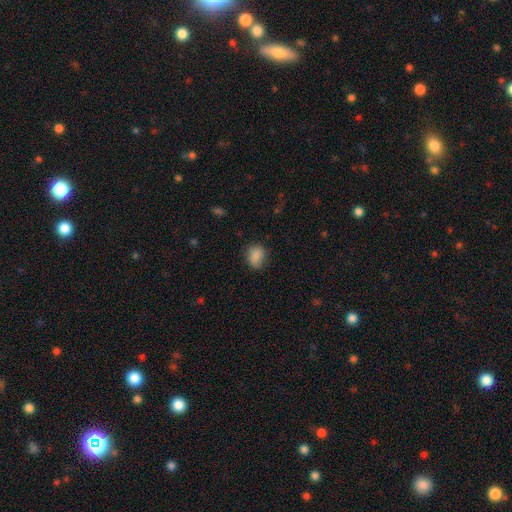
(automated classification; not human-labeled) This appears to be a smooth galaxy with no disk features (87%) that is in between round and cigar-shaped (58%). Merging: none (77%).